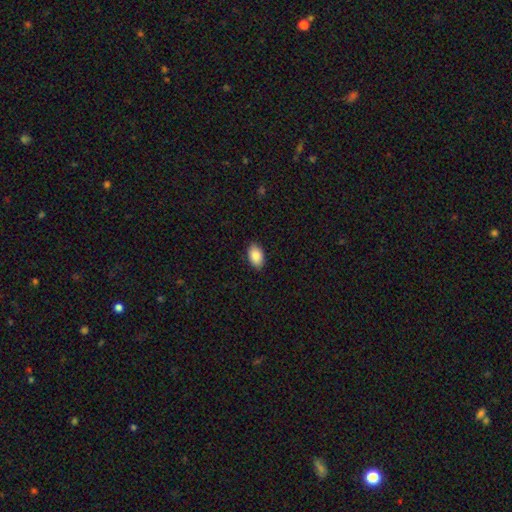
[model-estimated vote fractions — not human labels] A smooth galaxy with no disk features (89%) that is in between round and cigar-shaped (93%).

Vote fractions:
- Smooth or featured? smooth: 89% / star or artifact: 6% / featured or disk: 5%
- How rounded? in between: 93% / round: 6% / cigar-shaped: 2%
- Merging? none: 88% / minor disturbance: 9% / major disturbance: 2% / merger: 1%